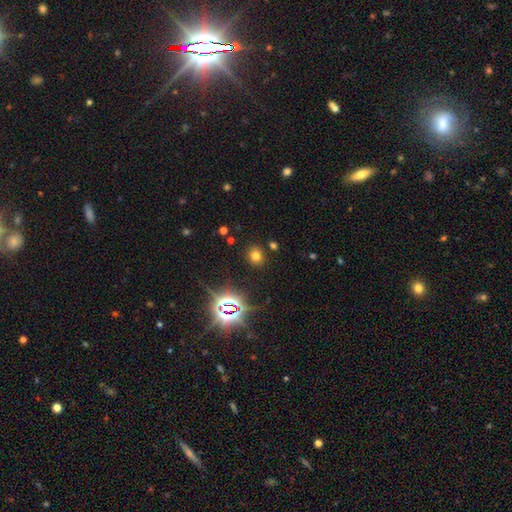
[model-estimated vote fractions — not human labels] A smooth galaxy with no disk features (66%) that is round (73%).

Vote fractions:
- Smooth or featured? smooth: 66% / star or artifact: 26% / featured or disk: 8%
- How rounded? round: 73% / in between: 26% / cigar-shaped: 1%
- Merging? none: 87% / minor disturbance: 7% / merger: 3% / major disturbance: 3%